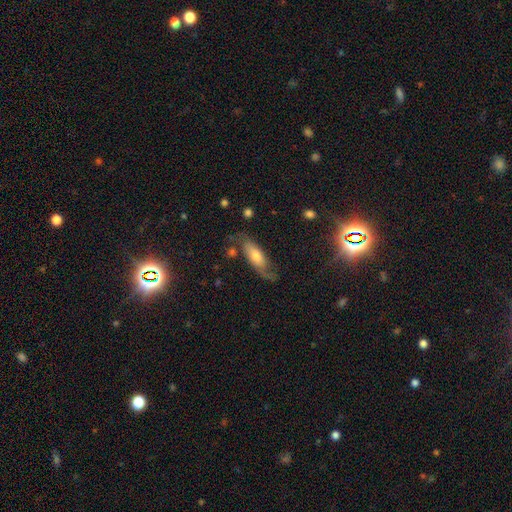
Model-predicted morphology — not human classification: featured or disk 49%, smooth 44%, star or artifact 8%. Down the decision tree: merging — none (57%).